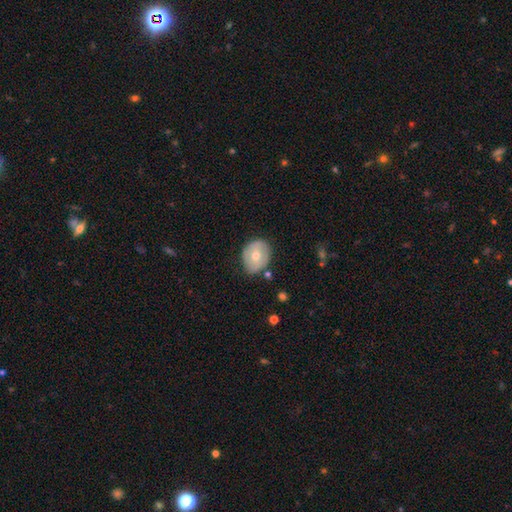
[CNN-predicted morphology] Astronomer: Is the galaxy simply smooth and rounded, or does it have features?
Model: smooth — 53% (runner-up: featured or disk, 39%).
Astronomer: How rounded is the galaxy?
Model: round — 58% (runner-up: in between, 41%).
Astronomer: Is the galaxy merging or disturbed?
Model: none — 75%.